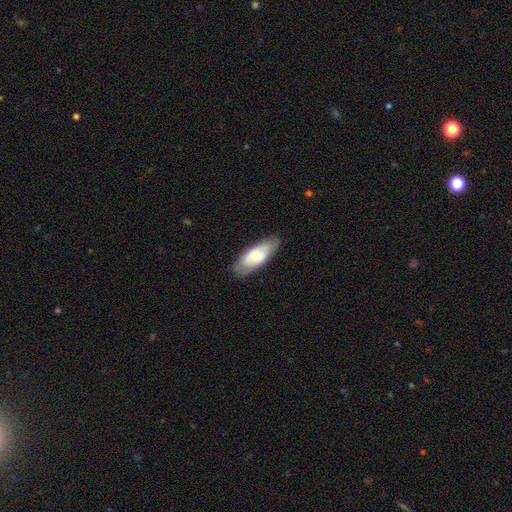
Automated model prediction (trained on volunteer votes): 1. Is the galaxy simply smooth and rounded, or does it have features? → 64% smooth, 30% featured or disk, 6% star or artifact.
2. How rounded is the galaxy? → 80% in between, 18% cigar-shaped, 2% round.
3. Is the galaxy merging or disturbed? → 76% none, 18% minor disturbance, 4% major disturbance, 1% merger.